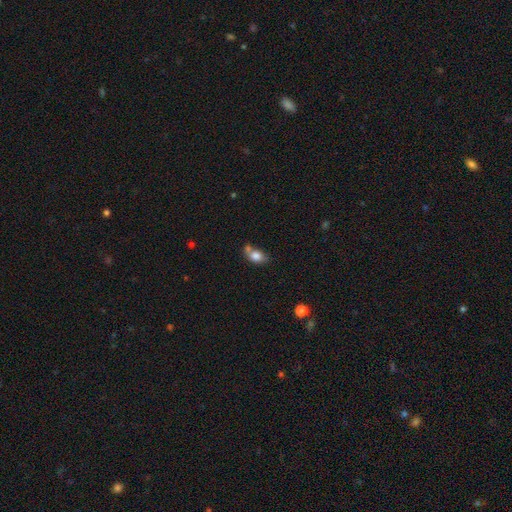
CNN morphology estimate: This is likely a smooth galaxy (79%). How rounded: likely in between (74%). Merging: marginally none (42%).